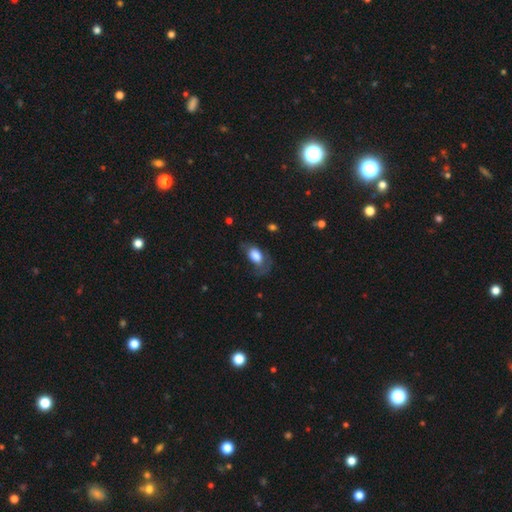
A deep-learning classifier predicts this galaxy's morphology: A smooth galaxy with no disk features (72%) that is in between round and cigar-shaped (88%).

Vote fractions:
- Smooth or featured? smooth: 72% / featured or disk: 20% / star or artifact: 7%
- How rounded? in between: 88% / round: 10% / cigar-shaped: 2%
- Merging? none: 42% / major disturbance: 29% / minor disturbance: 28% / merger: 2%